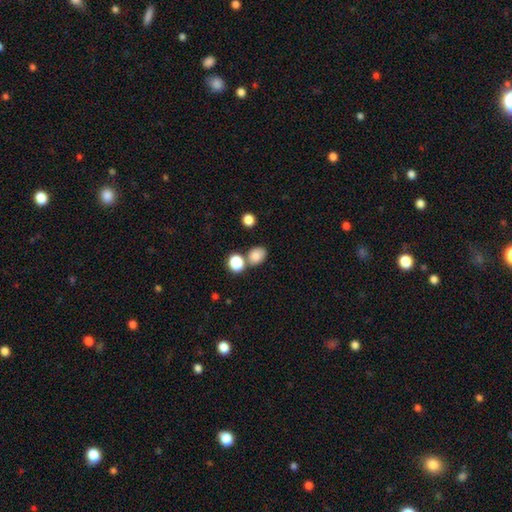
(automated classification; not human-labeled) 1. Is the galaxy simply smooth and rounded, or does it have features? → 82% smooth, 12% star or artifact, 6% featured or disk.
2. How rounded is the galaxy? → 55% in between, 44% round, 1% cigar-shaped.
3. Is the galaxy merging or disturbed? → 67% none, 18% merger, 11% minor disturbance, 4% major disturbance.